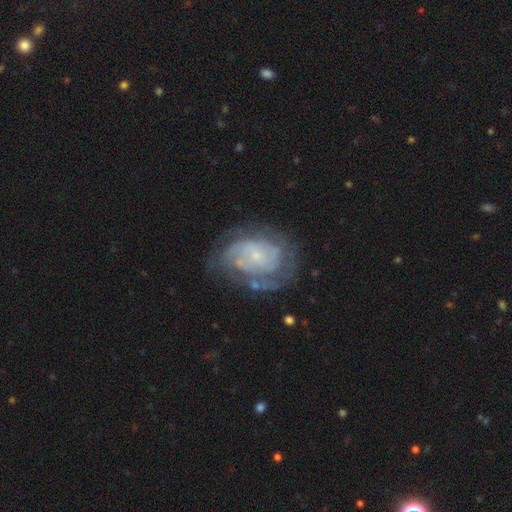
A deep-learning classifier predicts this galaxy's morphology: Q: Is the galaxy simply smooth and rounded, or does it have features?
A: featured or disk — 80%.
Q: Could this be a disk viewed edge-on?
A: no — 97%.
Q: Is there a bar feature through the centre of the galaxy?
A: no — 77%.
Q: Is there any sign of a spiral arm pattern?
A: yes — 88%.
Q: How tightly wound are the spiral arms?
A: tight — 63%.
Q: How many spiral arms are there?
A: can't tell — 41%.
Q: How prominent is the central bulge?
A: small — 80%.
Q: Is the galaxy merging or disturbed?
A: none — 61%.